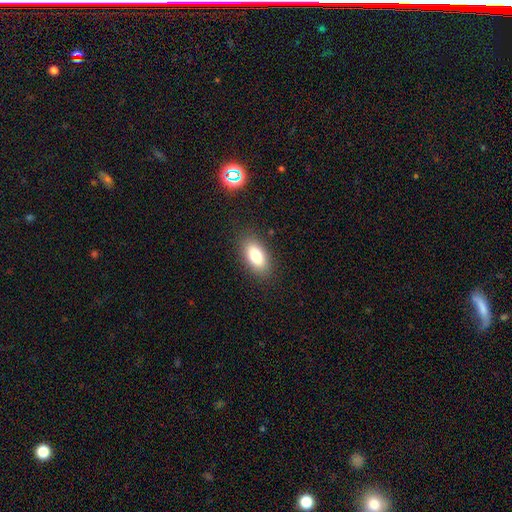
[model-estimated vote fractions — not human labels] A smooth galaxy with no disk features (80%) that is in between round and cigar-shaped (89%).

Vote fractions:
- Smooth or featured? smooth: 80% / featured or disk: 12% / star or artifact: 8%
- How rounded? in between: 89% / cigar-shaped: 6% / round: 4%
- Merging? none: 87% / minor disturbance: 9% / major disturbance: 3% / merger: 1%